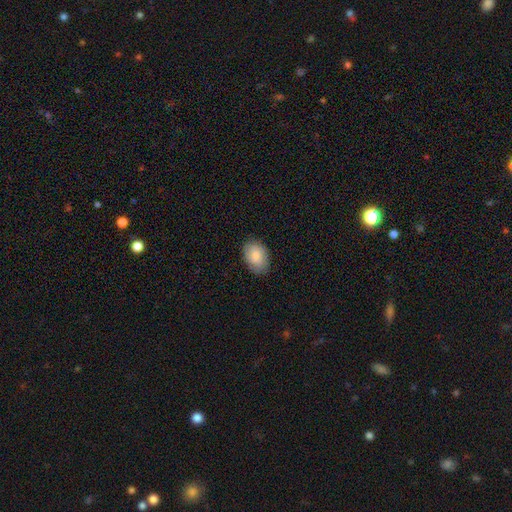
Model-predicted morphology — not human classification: A smooth galaxy with no disk features (83%) that is in between round and cigar-shaped (82%).

Vote fractions:
- Smooth or featured? smooth: 83% / featured or disk: 10% / star or artifact: 6%
- How rounded? in between: 82% / round: 17% / cigar-shaped: 1%
- Merging? none: 82% / minor disturbance: 15% / major disturbance: 3% / merger: 1%